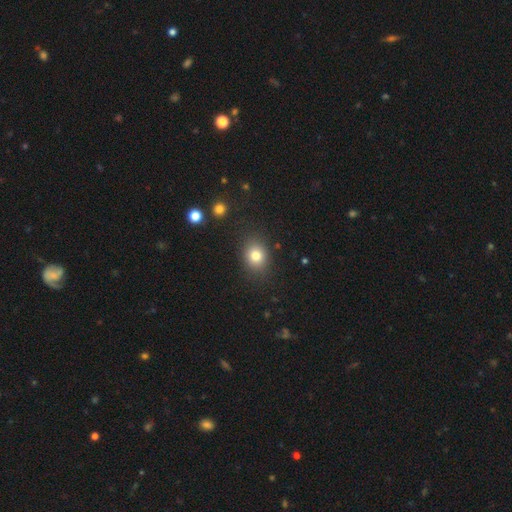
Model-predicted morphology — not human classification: Q: Smooth or featured?
A: smooth (79%); runner-up: star or artifact (12%)
Q: How rounded?
A: round (59%); runner-up: in between (40%)
Q: Merging?
A: none (85%); runner-up: minor disturbance (10%)